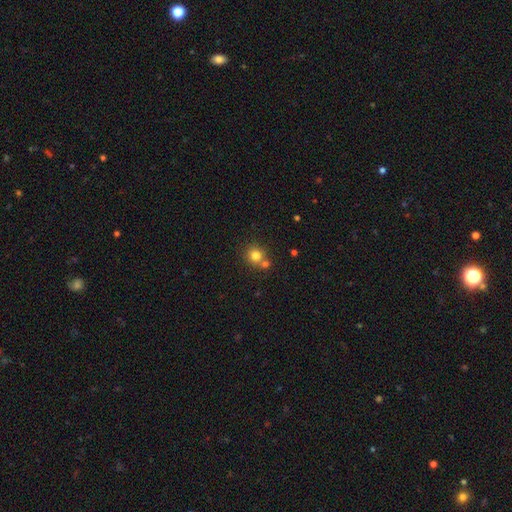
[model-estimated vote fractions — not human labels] Smooth or featured?
  - smooth: 80% *
  - star or artifact: 13%
  - featured or disk: 8%
How rounded?
  - round: 87% *
  - in between: 12%
  - cigar-shaped: 1%
Merging?
  - none: 60% *
  - merger: 29%
  - minor disturbance: 8%
  - major disturbance: 3%